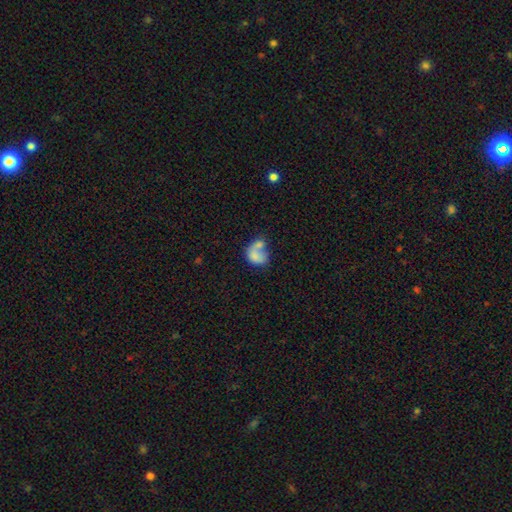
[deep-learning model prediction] Smooth or featured?
  - smooth: 69% *
  - featured or disk: 22%
  - star or artifact: 9%
How rounded?
  - in between: 60% *
  - round: 38%
  - cigar-shaped: 1%
Merging?
  - merger: 54% *
  - none: 19%
  - major disturbance: 15%
  - minor disturbance: 11%